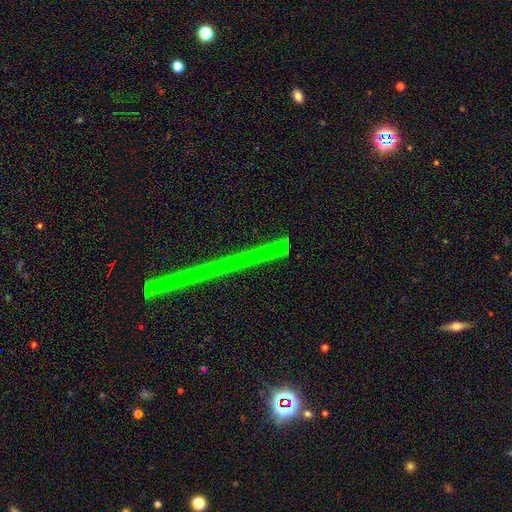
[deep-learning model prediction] star or artifact 79%, featured or disk 14%, smooth 7%.